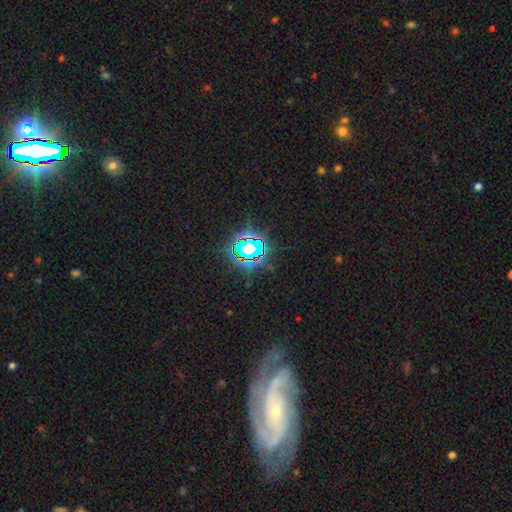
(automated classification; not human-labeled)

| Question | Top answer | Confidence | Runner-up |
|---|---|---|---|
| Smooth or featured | star or artifact | 76% | smooth (14%) |